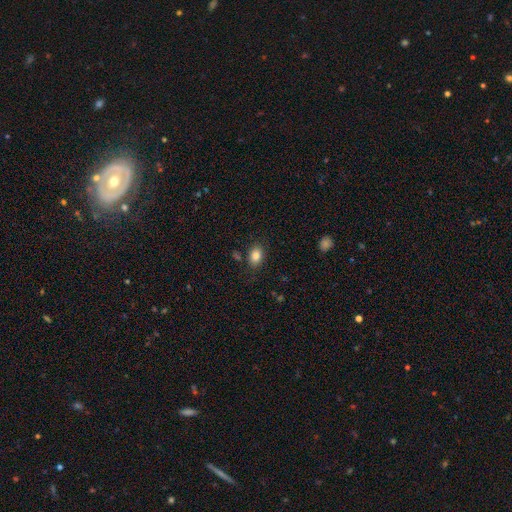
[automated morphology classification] The model was most divided on "how rounded": in between: 79%, round: 20%, cigar-shaped: 1%. More confident: smooth or featured — smooth (84%); merging — none (83%).